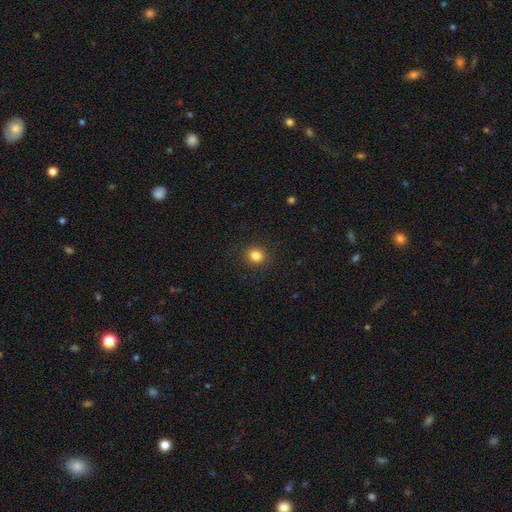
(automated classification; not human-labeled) Smooth or featured? smooth (83%)
How rounded? round (76%)
Merging? none (90%)